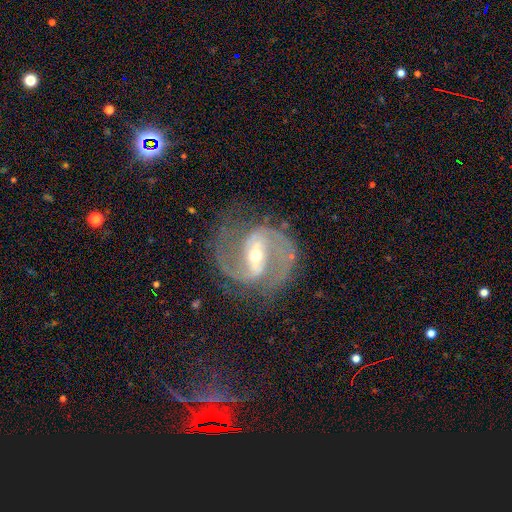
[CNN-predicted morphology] smooth_or_featured: featured or disk (p=0.92) [alt: star or artifact p=0.05]
disk_edge_on: no (p=0.98) [alt: yes p=0.02]
bar: strong (p=0.50) [alt: weak p=0.37]
has_spiral_arms: yes (p=0.98) [alt: no p=0.02]
spiral_winding: medium (p=0.63) [alt: loose p=0.20]
spiral_arm_count: 2 (p=0.93) [alt: 3 p=0.02]
bulge_size: small (p=0.50) [alt: moderate p=0.46]
merging: none (p=0.76) [alt: minor disturbance p=0.15]